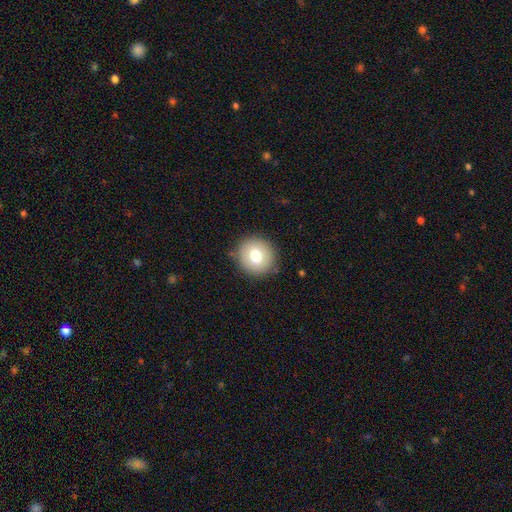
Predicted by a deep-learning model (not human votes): smooth-or-featured: smooth: 74% | featured or disk: 16% | star or artifact: 10%
  how-rounded: round: 90% | in between: 10% | cigar-shaped: 1%
  merging: none: 88% | minor disturbance: 8% | major disturbance: 3% | merger: 1%